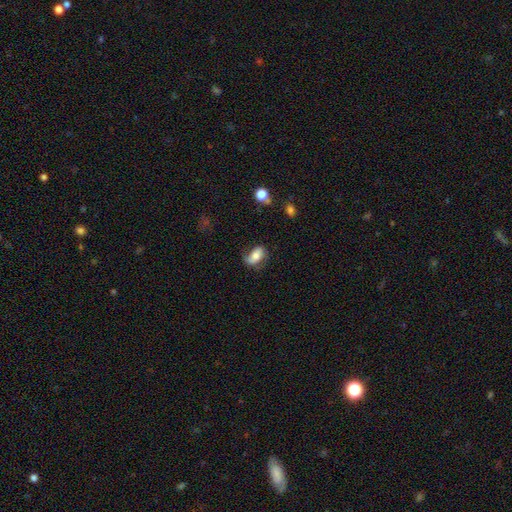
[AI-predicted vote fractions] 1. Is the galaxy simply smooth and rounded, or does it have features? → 62% smooth, 29% featured or disk, 8% star or artifact.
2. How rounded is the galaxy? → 89% in between, 6% round, 4% cigar-shaped.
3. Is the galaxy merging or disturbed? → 57% none, 28% minor disturbance, 13% major disturbance, 2% merger.